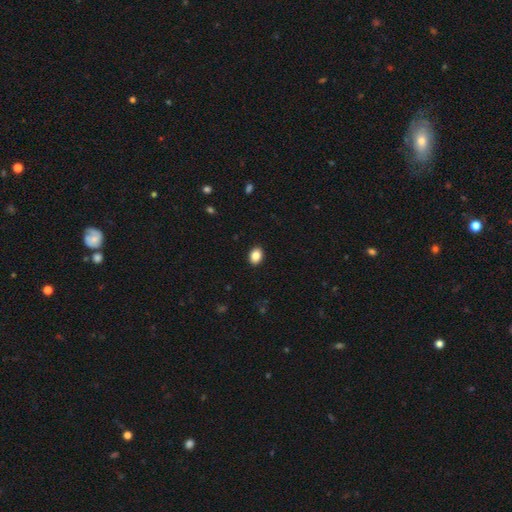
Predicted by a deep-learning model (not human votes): smooth_or_featured: smooth (p=0.86) [alt: star or artifact p=0.09]
how_rounded: in between (p=0.66) [alt: round p=0.33]
merging: none (p=0.91) [alt: minor disturbance p=0.06]